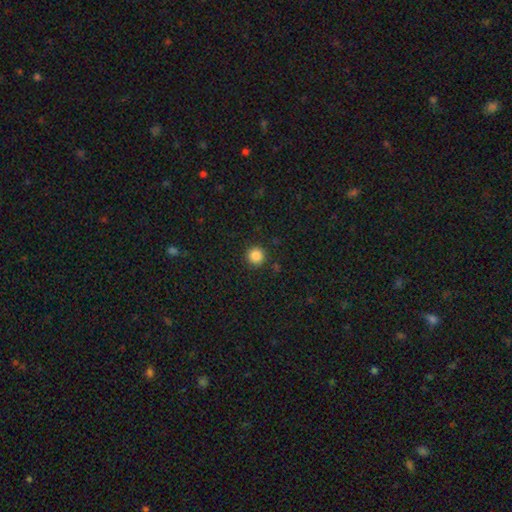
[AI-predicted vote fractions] Smooth or featured? Predicted: smooth (p=0.86). How rounded? Predicted: round (p=0.95). Merging? Predicted: none (p=0.92).